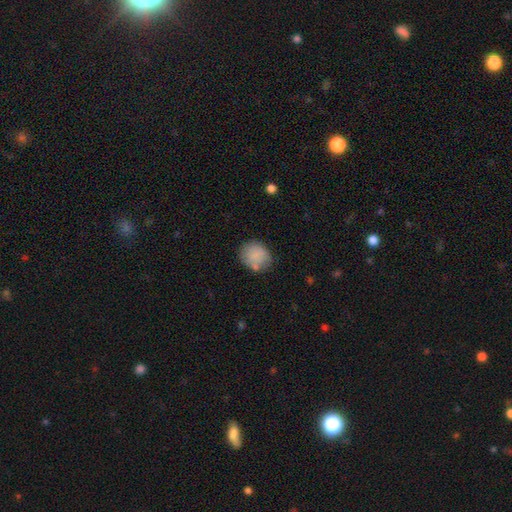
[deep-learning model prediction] Overall: smooth (83%). How rounded: round (72%). Merging: none (70%).